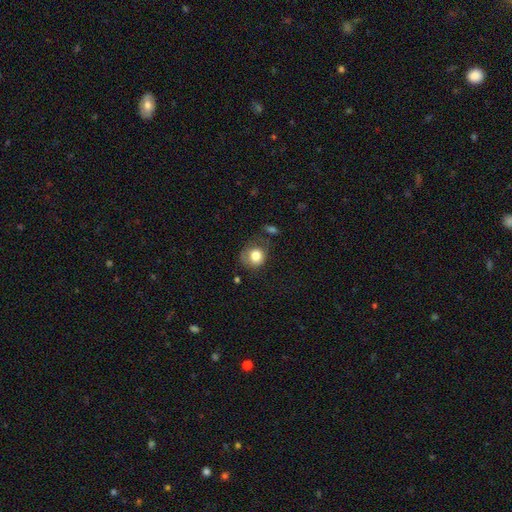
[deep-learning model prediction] Overall: smooth (80%). How rounded: round (79%). Merging: none (50%; minor disturbance 28%).